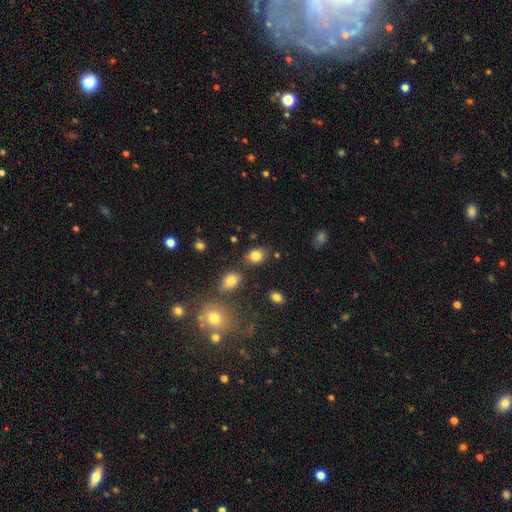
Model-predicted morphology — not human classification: Smooth or featured? smooth (82%)
How rounded? in between (61%)
Merging? none (75%)